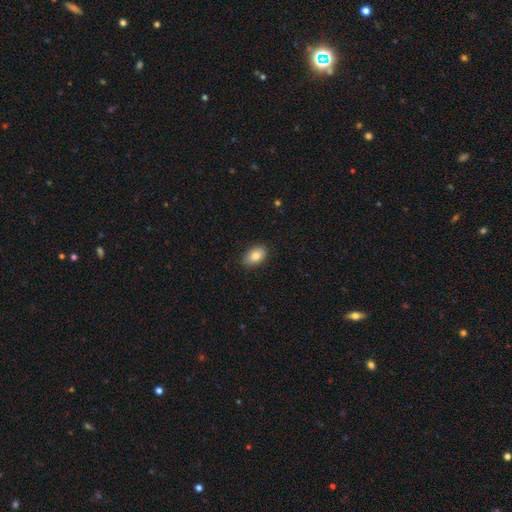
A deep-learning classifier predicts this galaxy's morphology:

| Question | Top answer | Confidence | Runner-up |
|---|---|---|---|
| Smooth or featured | smooth | 81% | featured or disk (11%) |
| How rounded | in between | 88% | round (11%) |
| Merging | none | 86% | minor disturbance (11%) |